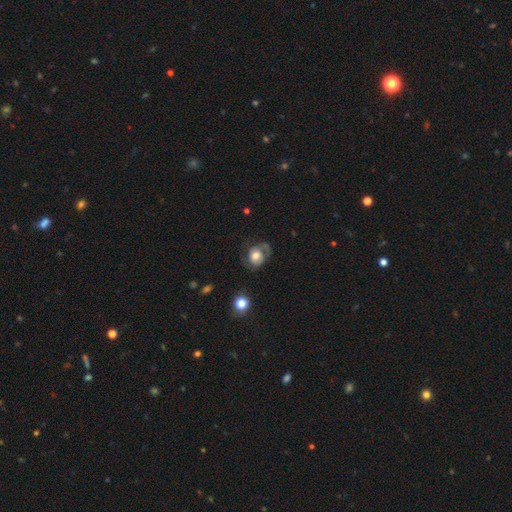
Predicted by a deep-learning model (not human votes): featured or disk 53%, smooth 39%, star or artifact 8%. Down the decision tree: edge-on disk — no (97%); bar — no (78%); spiral arms — yes (79%); bulge size — moderate (53%); merging — none (54%).